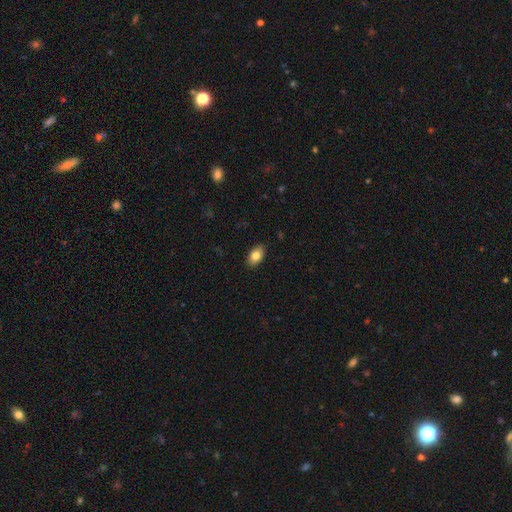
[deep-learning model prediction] Smooth or featured: smooth — 83% (featured or disk — 10%)
How rounded: in between — 91% (round — 7%)
Merging: none — 88% (minor disturbance — 9%)